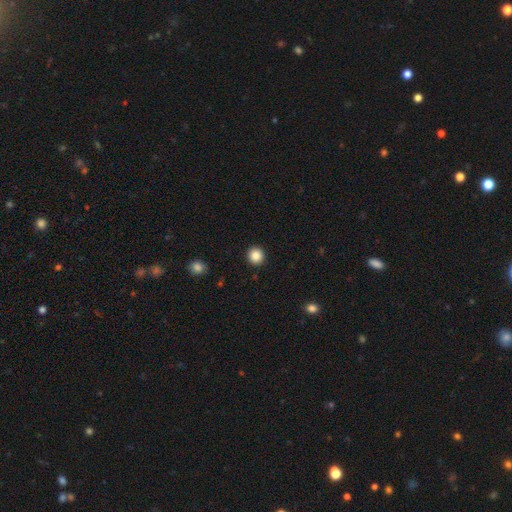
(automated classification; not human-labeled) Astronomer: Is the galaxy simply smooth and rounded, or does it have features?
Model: smooth — 86%.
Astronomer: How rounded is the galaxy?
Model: round — 92%.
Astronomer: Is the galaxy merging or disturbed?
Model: none — 93%.